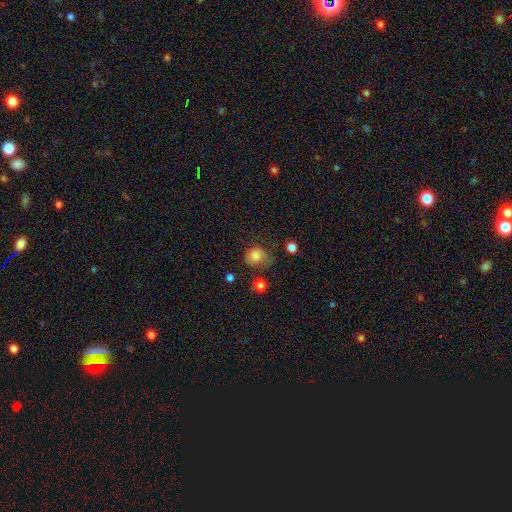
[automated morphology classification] Smooth or featured: smooth — 79% (star or artifact — 11%)
How rounded: round — 72% (in between — 27%)
Merging: none — 50% (minor disturbance — 29%)